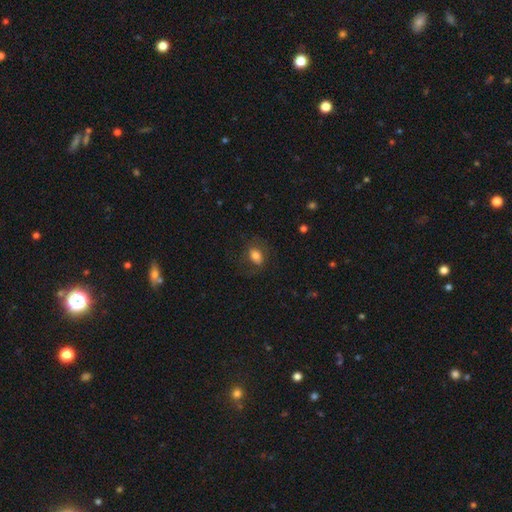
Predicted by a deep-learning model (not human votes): Overall: smooth (73%). How rounded: in between (72%). Merging: none (69%).